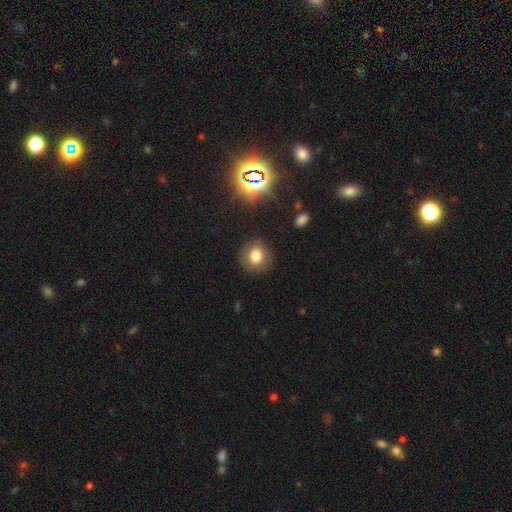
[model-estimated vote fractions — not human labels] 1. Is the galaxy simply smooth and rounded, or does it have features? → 76% smooth, 14% star or artifact, 10% featured or disk.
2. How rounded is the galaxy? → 78% round, 21% in between, 1% cigar-shaped.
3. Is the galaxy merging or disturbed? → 84% none, 11% minor disturbance, 4% major disturbance, 1% merger.